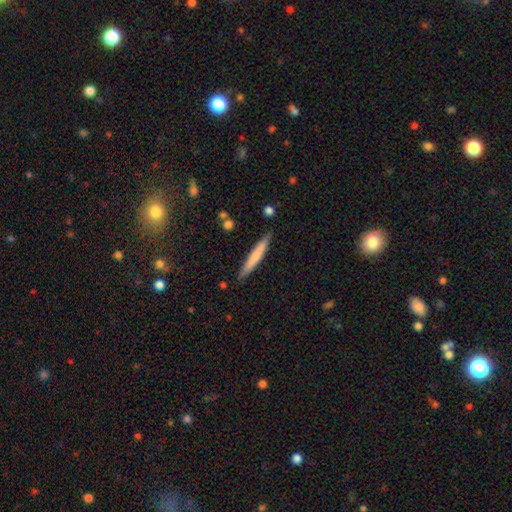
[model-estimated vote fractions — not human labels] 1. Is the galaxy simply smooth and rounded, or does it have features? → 66% smooth, 29% featured or disk, 5% star or artifact.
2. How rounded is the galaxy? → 95% cigar-shaped, 3% in between, 1% round.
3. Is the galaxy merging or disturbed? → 88% none, 9% minor disturbance, 2% merger, 2% major disturbance.